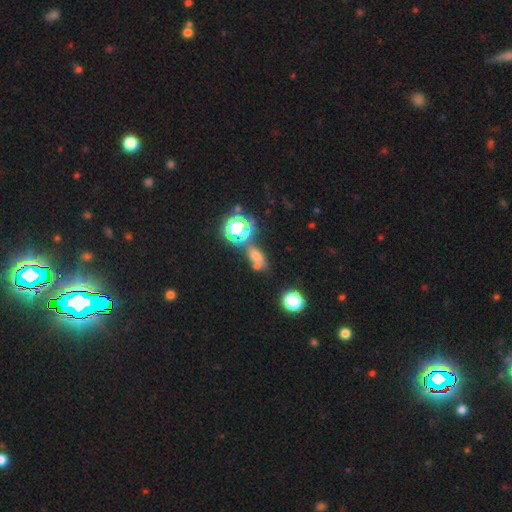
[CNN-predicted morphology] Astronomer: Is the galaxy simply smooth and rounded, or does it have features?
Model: smooth — 55% (runner-up: star or artifact, 33%).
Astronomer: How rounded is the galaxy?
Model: in between — 63%.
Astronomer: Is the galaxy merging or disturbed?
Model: none — 50% (runner-up: merger, 27%).